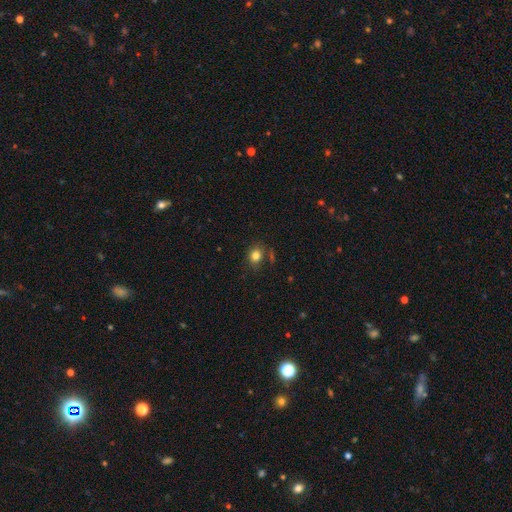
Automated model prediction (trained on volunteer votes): Smooth or featured? smooth (81%)
How rounded? round (57%)
Merging? none (72%)